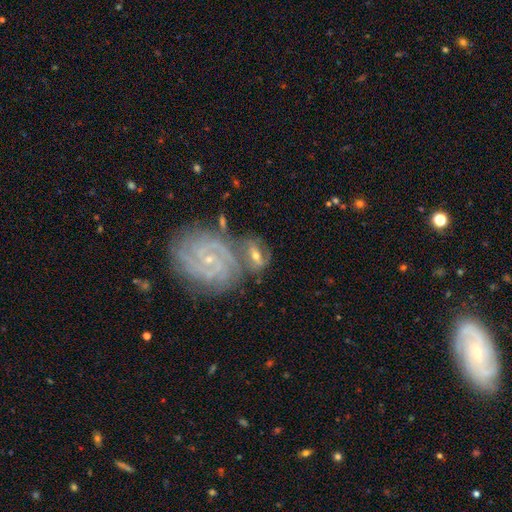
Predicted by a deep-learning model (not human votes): This appears to be a featured or disk galaxy (78%) with no bar (42%), 2 (50%) tight (59%) spiral arms (92%) and a small central bulge (58%). Merging: none (44%).